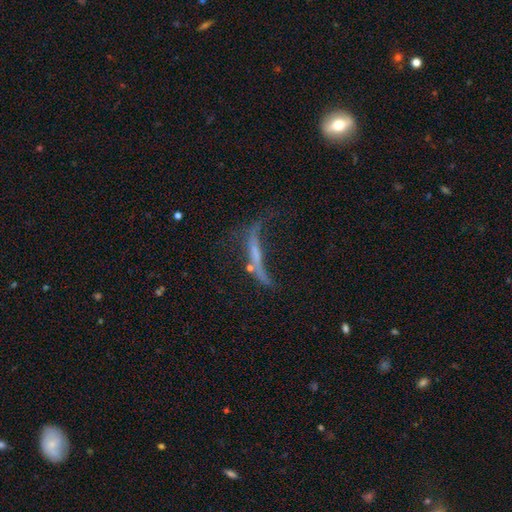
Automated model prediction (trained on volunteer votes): This appears to be a featured or disk galaxy (55%) viewed edge-on (53%). Merging: major disturbance (40%).